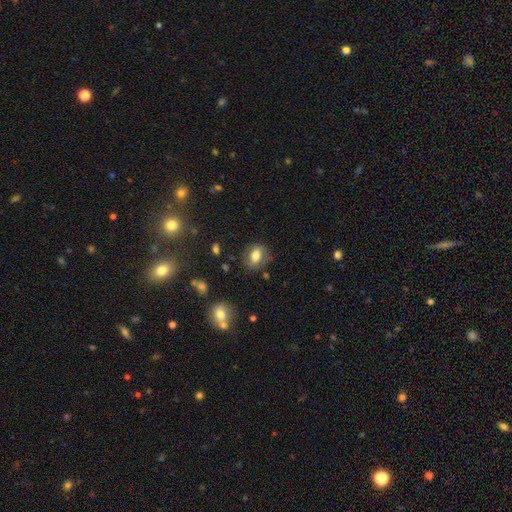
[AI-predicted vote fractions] Overall: smooth (74%). How rounded: in between (69%). Merging: none (74%).